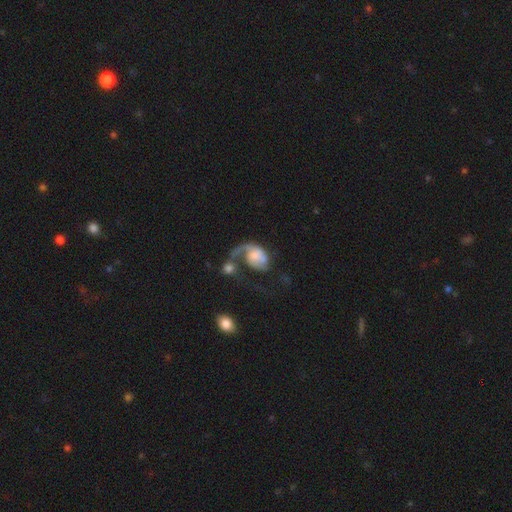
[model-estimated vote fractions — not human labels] Overall: featured or disk (62%; smooth 31%). Edge-on disk: no (98%). Bar: no (70%). Spiral arms: yes (81%). Bulge size: none (27%; large 24%). Merging: major disturbance (43%; merger 29%).